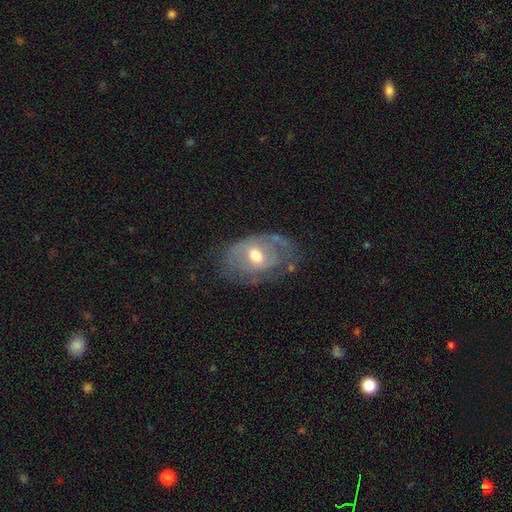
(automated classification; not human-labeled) The model was most divided on "spiral arms": yes: 56%, no: 44%. Remaining: edge-on disk — no (94%); bulge size — moderate (75%); smooth or featured — featured or disk (63%); bar — no (57%); merging — none (50%).